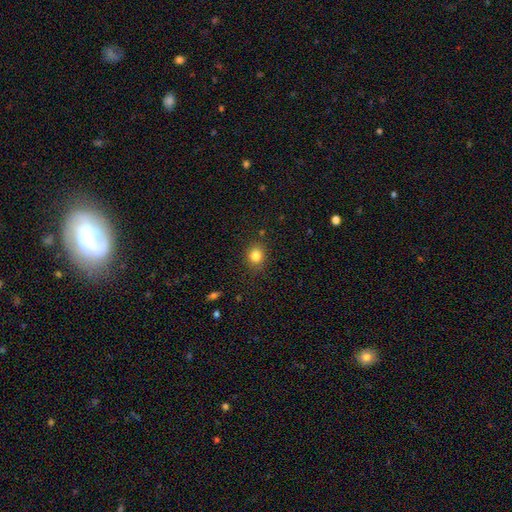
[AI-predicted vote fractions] Smooth or featured?
  - smooth: 83% *
  - star or artifact: 11%
  - featured or disk: 6%
How rounded?
  - round: 73% *
  - in between: 26%
  - cigar-shaped: 1%
Merging?
  - none: 85% *
  - minor disturbance: 10%
  - major disturbance: 3%
  - merger: 2%